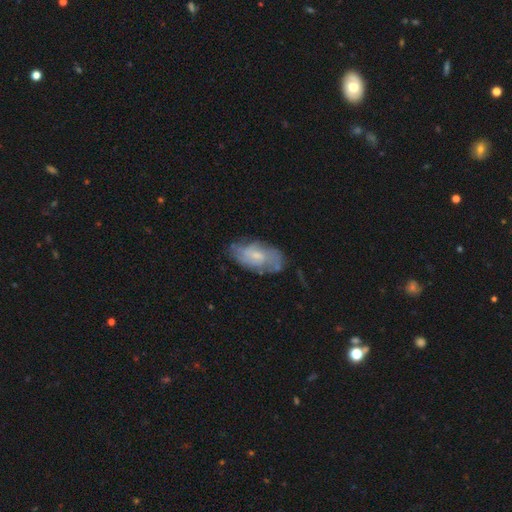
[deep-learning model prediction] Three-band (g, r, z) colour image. It shows a featured or disk galaxy (59%) with no bar (60%), spiral arms (75%) and a small central bulge (56%). Merging: none (63%).